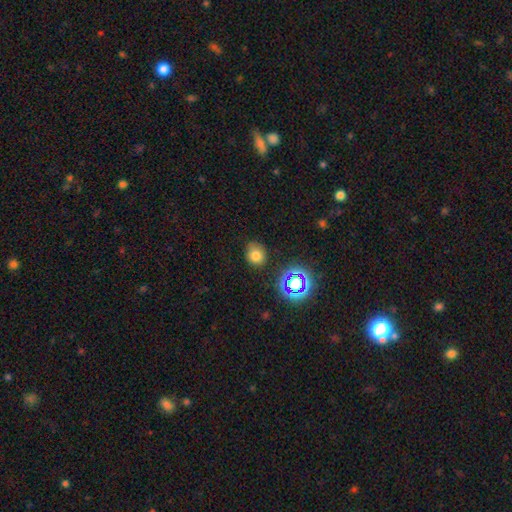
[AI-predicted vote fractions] smooth 74%, star or artifact 18%, featured or disk 8%. Down the decision tree: how rounded — round (70%); merging — none (75%).